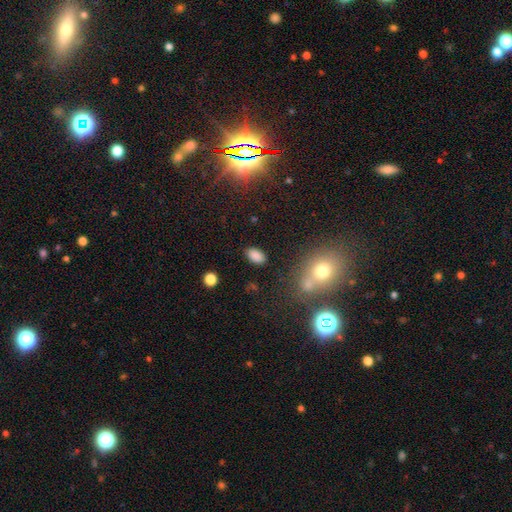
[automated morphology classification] smooth-or-featured: smooth: 85% | star or artifact: 11% | featured or disk: 4%
  how-rounded: in between: 92% | round: 7% | cigar-shaped: 2%
  merging: none: 84% | minor disturbance: 11% | major disturbance: 3% | merger: 2%